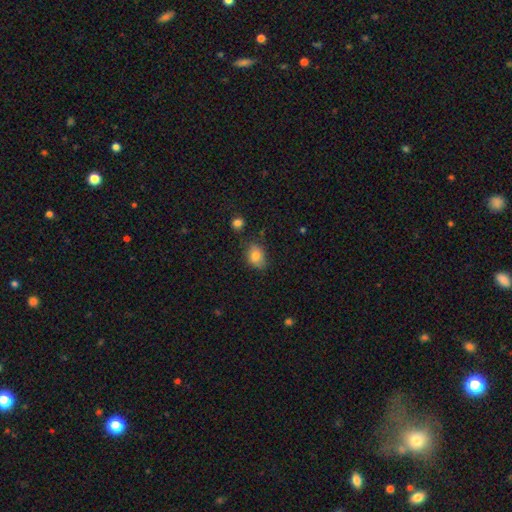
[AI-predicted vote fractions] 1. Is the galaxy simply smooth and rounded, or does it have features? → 80% smooth, 10% featured or disk, 10% star or artifact.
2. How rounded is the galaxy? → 67% in between, 31% round, 1% cigar-shaped.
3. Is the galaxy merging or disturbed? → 73% none, 20% minor disturbance, 4% major disturbance, 3% merger.